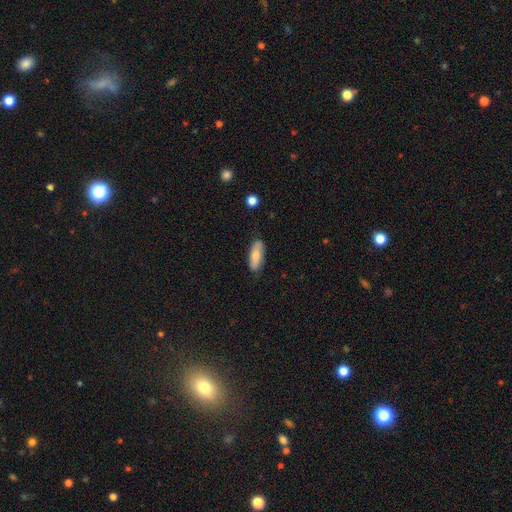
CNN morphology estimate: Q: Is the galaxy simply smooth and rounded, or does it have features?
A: smooth — 77%.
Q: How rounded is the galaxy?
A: in between — 75%.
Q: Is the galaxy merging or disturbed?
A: none — 81%.